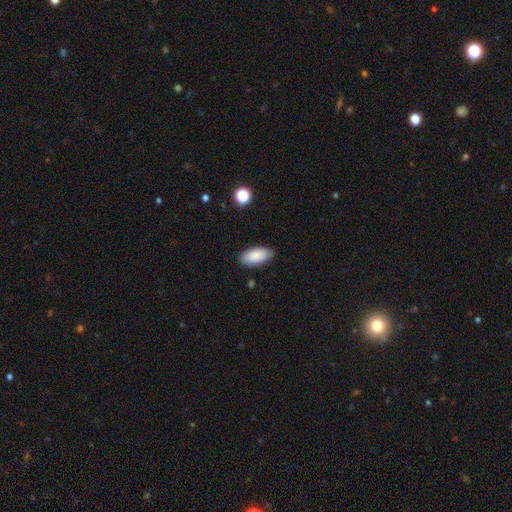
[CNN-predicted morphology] The model was most divided on "merging": none: 86%, minor disturbance: 10%, major disturbance: 2%, merger: 1%. More confident: how rounded — in between (92%); smooth or featured — smooth (87%).